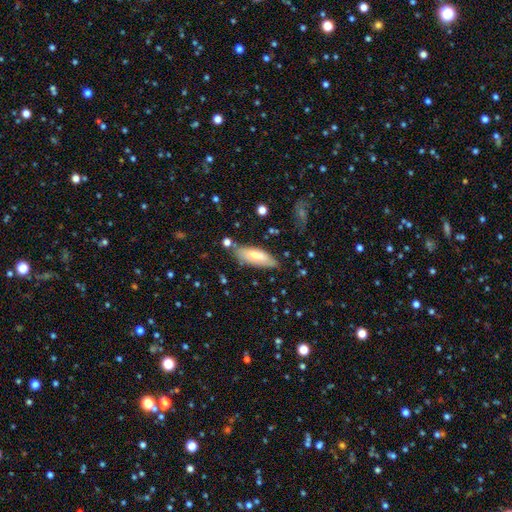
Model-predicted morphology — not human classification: Smooth or featured? Predicted: smooth (p=0.66). How rounded? Predicted: in between (p=0.67). Merging? Predicted: none (p=0.75).